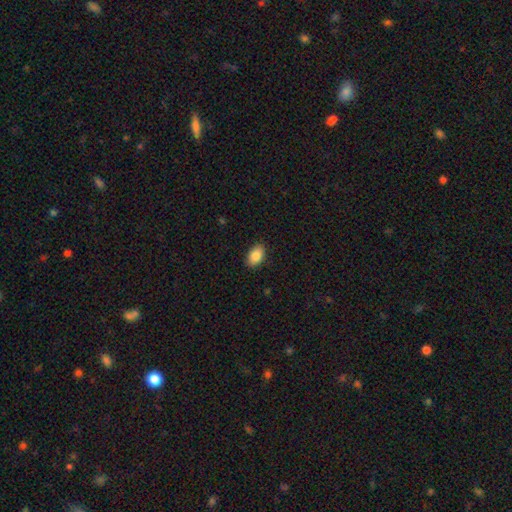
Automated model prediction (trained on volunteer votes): The model was most divided on "merging": none: 88%, minor disturbance: 9%, major disturbance: 2%, merger: 1%. More confident: how rounded — in between (92%); smooth or featured — smooth (88%).